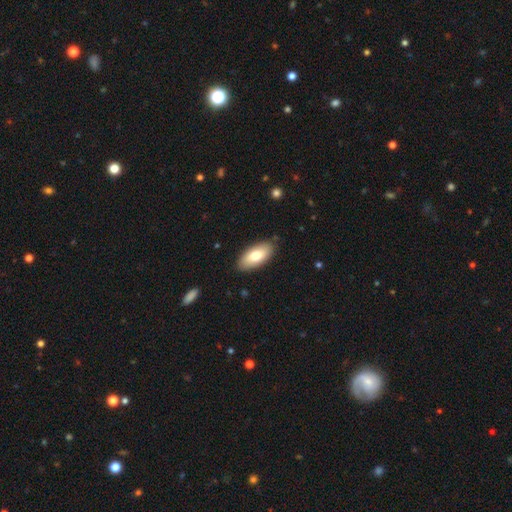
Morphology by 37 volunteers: This appears to be a smooth galaxy with no disk features (68%) that is in between round and cigar-shaped (84%). Merging: none (83%).